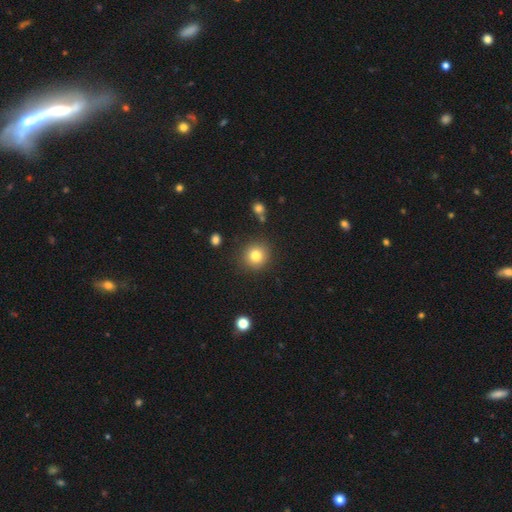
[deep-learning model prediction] Smooth or featured? smooth (81%)
How rounded? round (91%)
Merging? none (88%)